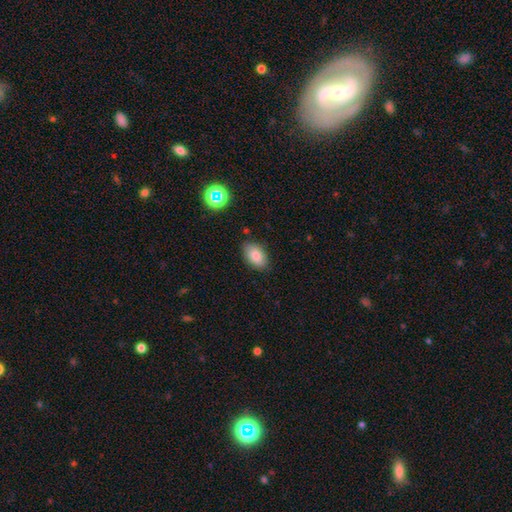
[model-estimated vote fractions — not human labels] This is clearly a smooth galaxy (84%). How rounded: clearly in between (91%). Merging: clearly none (83%).